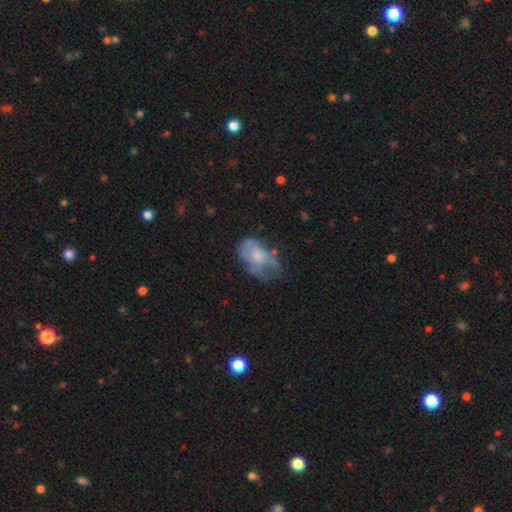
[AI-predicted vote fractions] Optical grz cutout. It shows a smooth galaxy with no disk features (48%). Merging: none (35%).